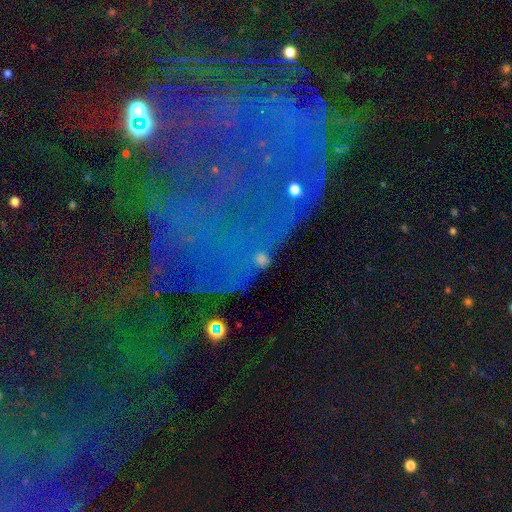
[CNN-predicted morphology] A star or artifact, not a galaxy (58%).